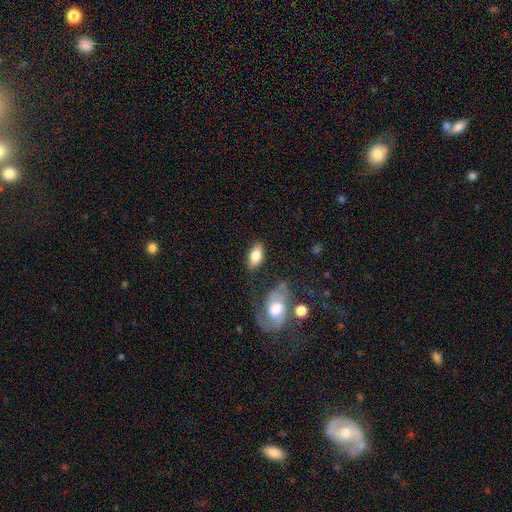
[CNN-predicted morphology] This appears to be a smooth galaxy with no disk features (75%) that is in between round and cigar-shaped (89%). Merging: none (76%).